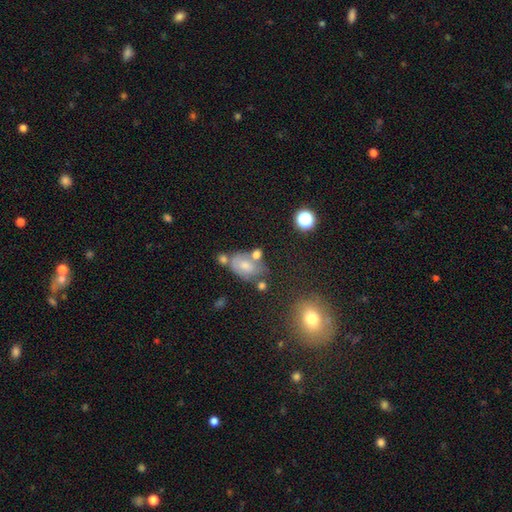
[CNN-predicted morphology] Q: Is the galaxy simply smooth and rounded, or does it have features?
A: smooth — 50%.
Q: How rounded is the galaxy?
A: in between — 77%.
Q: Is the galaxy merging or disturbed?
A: none — 44%.